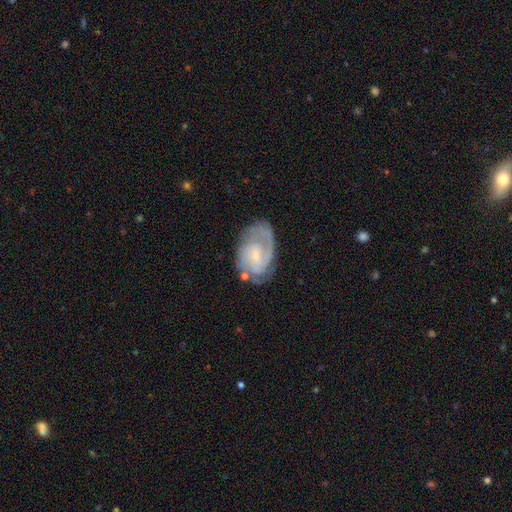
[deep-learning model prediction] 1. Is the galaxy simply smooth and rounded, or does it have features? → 81% featured or disk, 13% smooth, 6% star or artifact.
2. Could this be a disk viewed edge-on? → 97% no, 3% yes.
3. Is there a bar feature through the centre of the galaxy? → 46% weak, 45% no, 9% strong.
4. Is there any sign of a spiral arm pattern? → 94% yes, 6% no.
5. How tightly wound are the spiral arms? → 47% tight, 41% medium, 13% loose.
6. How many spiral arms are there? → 52% 2, 21% can't tell, 12% 1, 11% 3, 3% 4, 3% more than 4.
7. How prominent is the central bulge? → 69% small, 22% moderate, 7% none, 2% large, 1% dominant.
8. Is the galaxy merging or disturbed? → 63% none, 22% minor disturbance, 11% major disturbance, 4% merger.